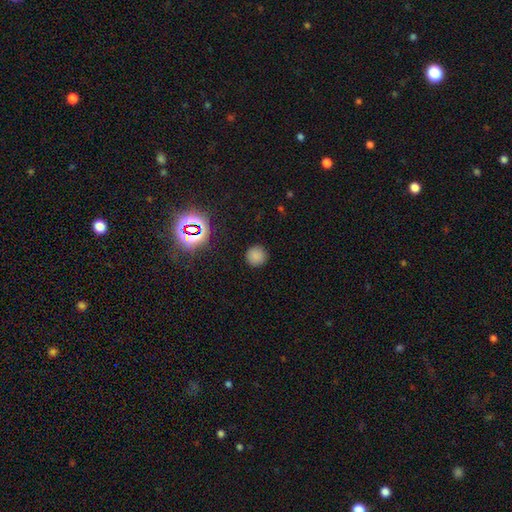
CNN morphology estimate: smooth 78%, star or artifact 17%, featured or disk 5%. Down the decision tree: how rounded — round (94%); merging — none (89%).